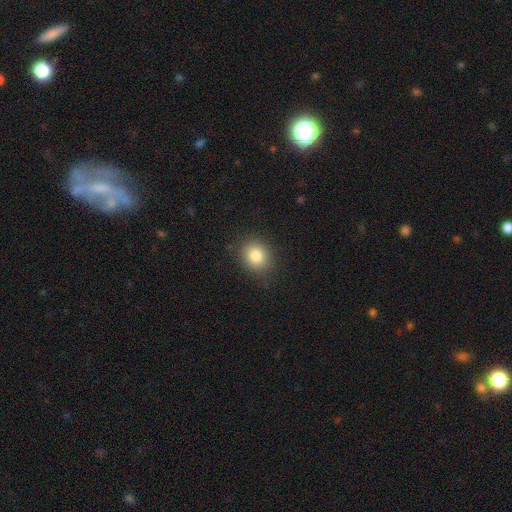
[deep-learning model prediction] Morphology: type=smooth (82%); roundness=round (73%); merging=none (86%).